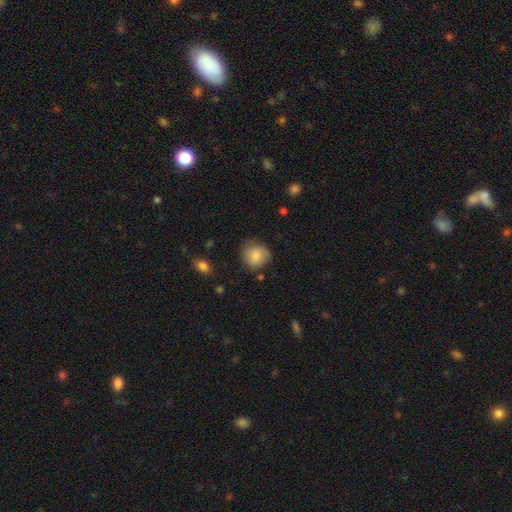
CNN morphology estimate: smooth 82%, featured or disk 10%, star or artifact 8%. Down the decision tree: how rounded — round (84%); merging — none (71%).